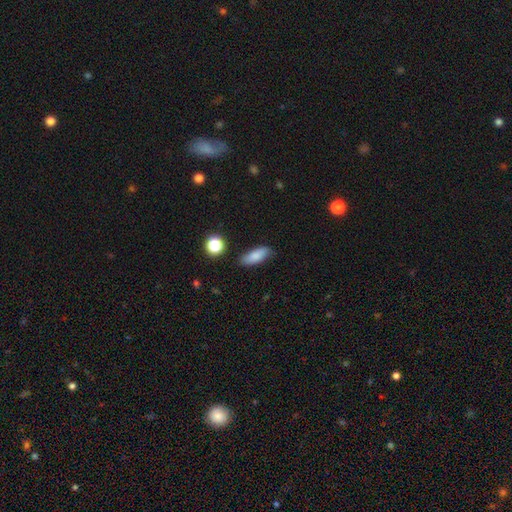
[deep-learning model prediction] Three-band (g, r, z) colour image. It shows a smooth galaxy with no disk features (83%) that is in between round and cigar-shaped (69%). Merging: none (80%).